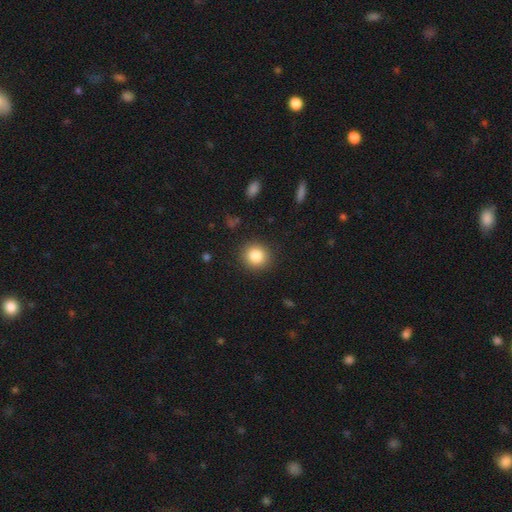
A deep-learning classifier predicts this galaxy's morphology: smooth-or-featured: smooth: 85% | star or artifact: 9% | featured or disk: 6%
  how-rounded: round: 88% | in between: 11% | cigar-shaped: 1%
  merging: none: 90% | minor disturbance: 7% | major disturbance: 2% | merger: 1%